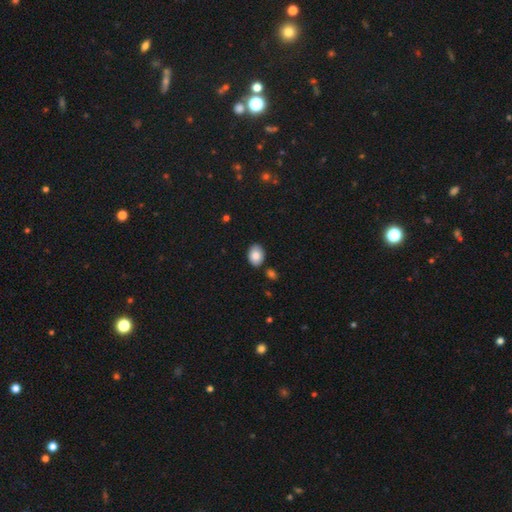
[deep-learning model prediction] A smooth galaxy with no disk features (85%) that is in between round and cigar-shaped (79%). Merging: none (84%).